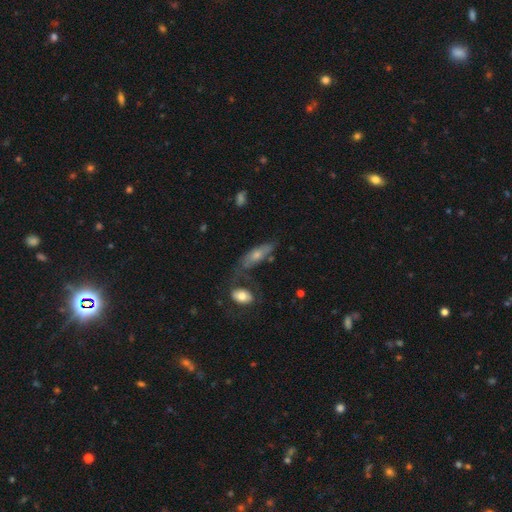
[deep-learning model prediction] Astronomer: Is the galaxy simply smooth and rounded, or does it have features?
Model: smooth — 48% (runner-up: featured or disk, 42%).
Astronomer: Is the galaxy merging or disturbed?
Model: none — 44% (runner-up: minor disturbance, 24%).